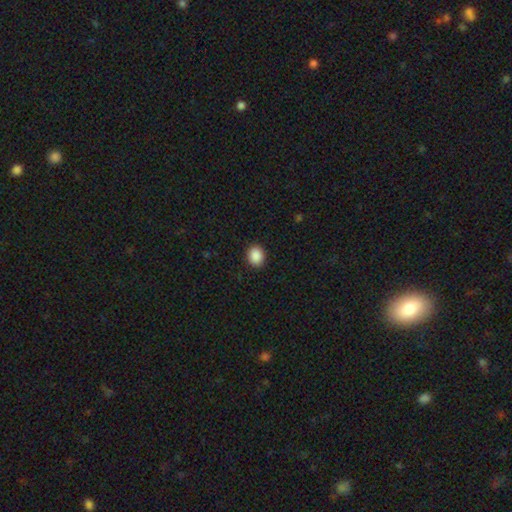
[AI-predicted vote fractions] Q: Smooth or featured?
A: smooth (89%); runner-up: star or artifact (9%)
Q: How rounded?
A: round (61%); runner-up: in between (38%)
Q: Merging?
A: none (91%); runner-up: minor disturbance (6%)